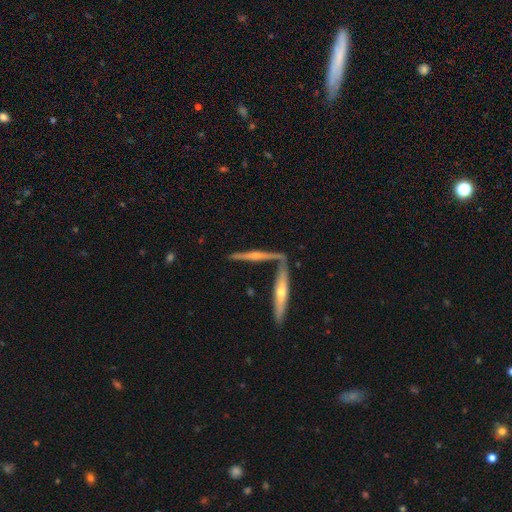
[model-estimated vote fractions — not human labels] Morphology: type=featured or disk (74%); edge-on=yes (96%); edge-on bulge=rounded (85%); merging=none (65%).